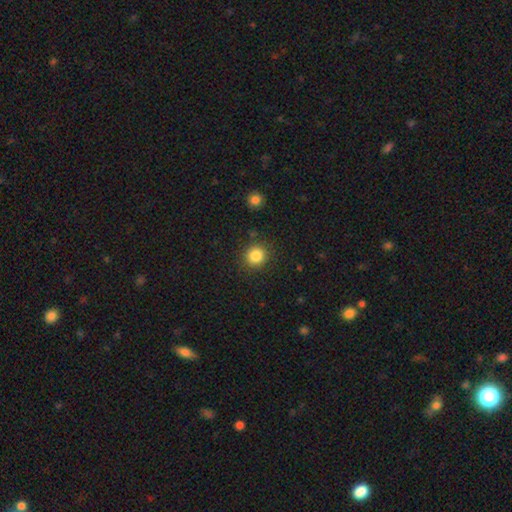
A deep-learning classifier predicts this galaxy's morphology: A smooth galaxy with no disk features (84%) that is round (90%). Merging: none (87%).